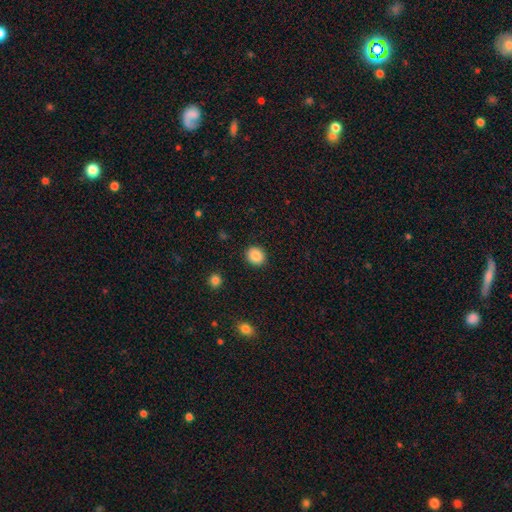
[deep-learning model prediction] smooth 87%, star or artifact 9%, featured or disk 4%. Down the decision tree: how rounded — round (78%); merging — none (91%).